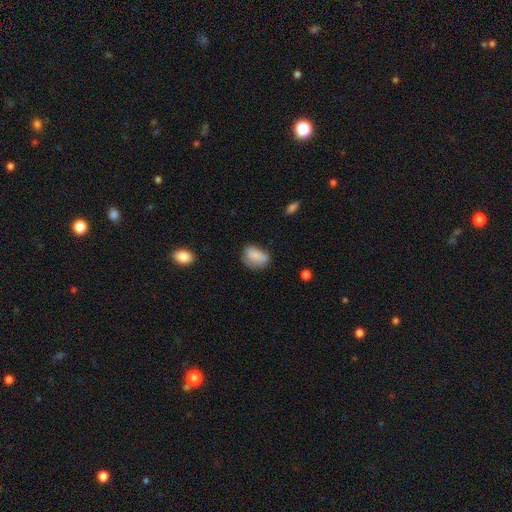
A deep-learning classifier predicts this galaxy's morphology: type=smooth (81%); roundness=in between (81%); merging=none (49%).